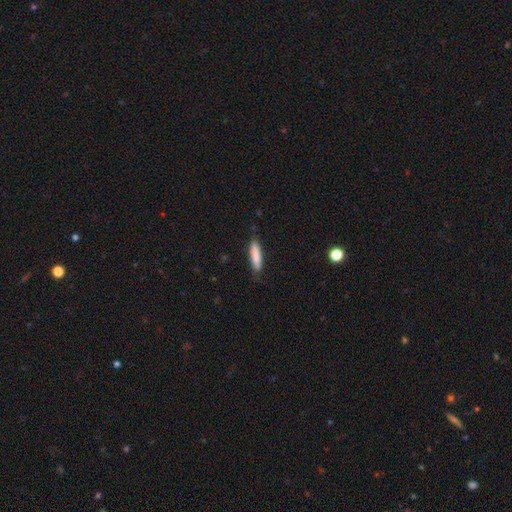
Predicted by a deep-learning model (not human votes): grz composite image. It shows a smooth galaxy with no disk features (82%) that is cigar-shaped (77%). Merging: none (80%).